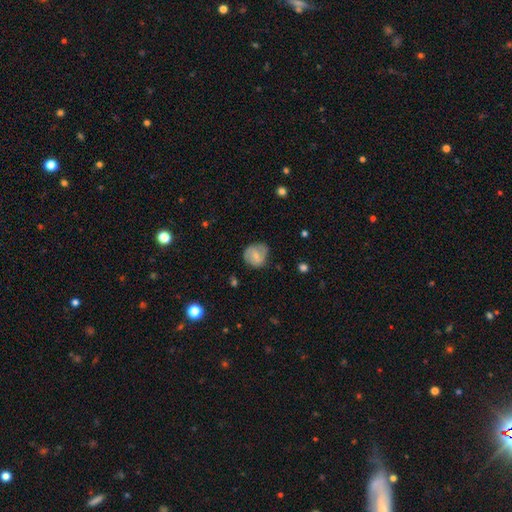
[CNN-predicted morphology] Overall: smooth (52%; featured or disk 41%). How rounded: round (78%). Merging: none (61%; minor disturbance 29%).